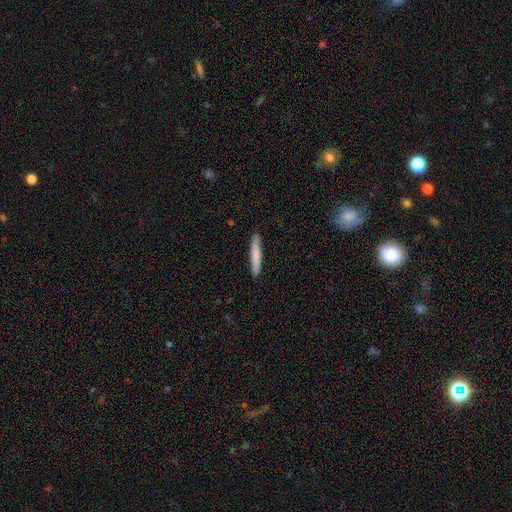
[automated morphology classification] Smooth or featured?
  - smooth: 79% *
  - featured or disk: 16%
  - star or artifact: 5%
How rounded?
  - cigar-shaped: 94% *
  - in between: 5%
  - round: 1%
Merging?
  - none: 90% *
  - minor disturbance: 8%
  - major disturbance: 1%
  - merger: 1%